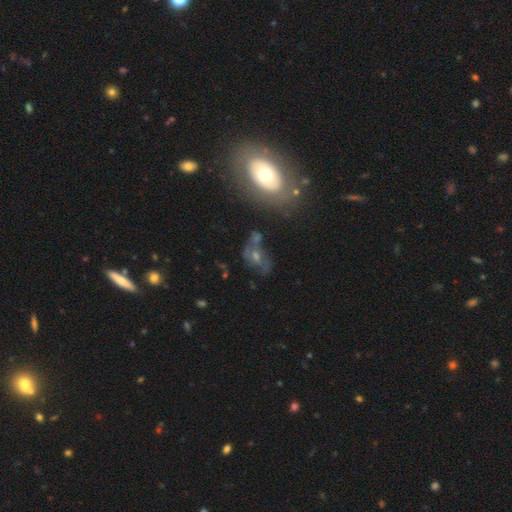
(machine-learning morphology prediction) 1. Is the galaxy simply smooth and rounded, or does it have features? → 56% featured or disk, 27% smooth, 17% star or artifact.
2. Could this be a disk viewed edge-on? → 93% no, 7% yes.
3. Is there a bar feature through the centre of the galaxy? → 76% no, 19% weak, 5% strong.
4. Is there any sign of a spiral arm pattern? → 51% yes, 49% no.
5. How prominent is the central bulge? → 56% moderate, 32% small, 6% large, 5% none, 2% dominant.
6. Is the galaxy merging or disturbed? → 51% none, 19% minor disturbance, 18% major disturbance, 12% merger.